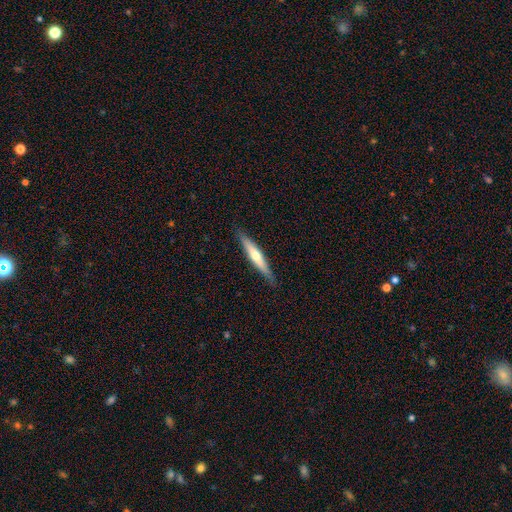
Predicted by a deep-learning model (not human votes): smooth-or-featured: featured or disk: 54% | smooth: 41% | star or artifact: 5%
  disk-edge-on: yes: 94% | no: 6%
    edge-on-bulge: rounded: 81% | none: 15% | boxy: 4%
  merging: none: 88% | minor disturbance: 10% | major disturbance: 2% | merger: 1%